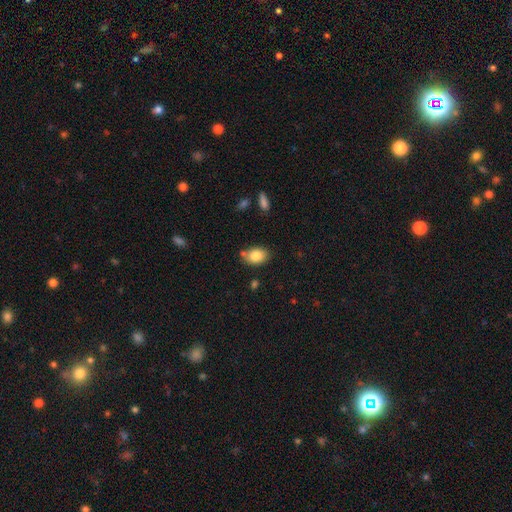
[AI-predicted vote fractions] smooth_or_featured: smooth (p=0.83) [alt: featured or disk p=0.09]
how_rounded: in between (p=0.81) [alt: round p=0.18]
merging: none (p=0.74) [alt: minor disturbance p=0.15]